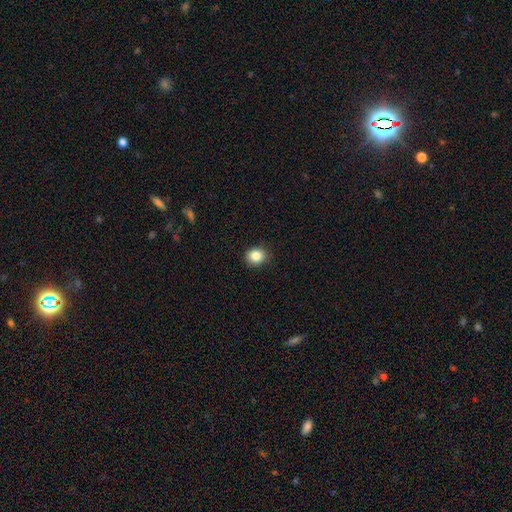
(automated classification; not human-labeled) Smooth or featured?
  - smooth: 85% *
  - star or artifact: 10%
  - featured or disk: 5%
How rounded?
  - round: 73% *
  - in between: 26%
  - cigar-shaped: 1%
Merging?
  - none: 87% *
  - minor disturbance: 9%
  - major disturbance: 2%
  - merger: 1%